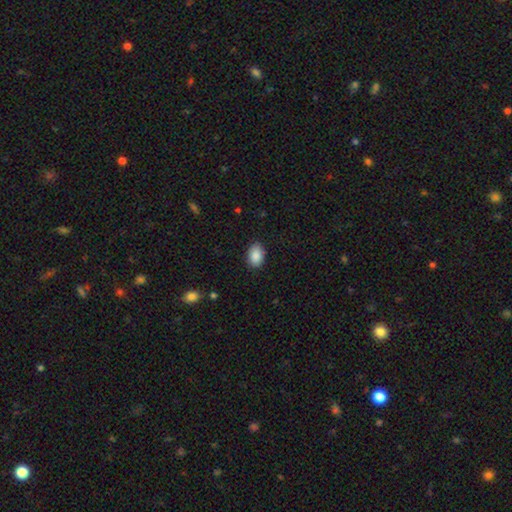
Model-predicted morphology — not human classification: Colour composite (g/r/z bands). It shows a smooth galaxy with no disk features (89%) that is in between round and cigar-shaped (86%). Merging: none (85%).